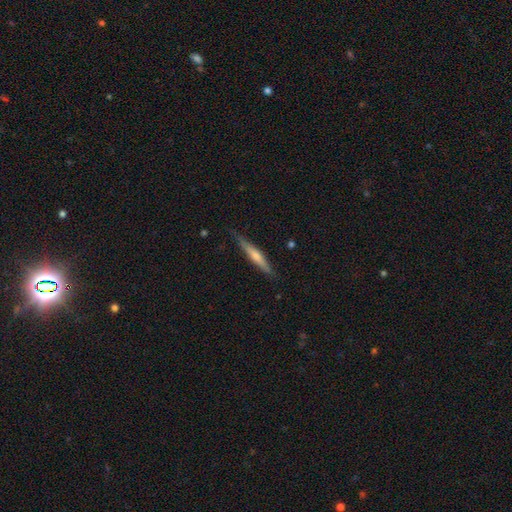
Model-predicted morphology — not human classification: This is possibly a featured or disk galaxy (56%). It is clearly viewed edge-on (96%). Edge-on bulge: likely rounded (66%). Merging: clearly none (83%).